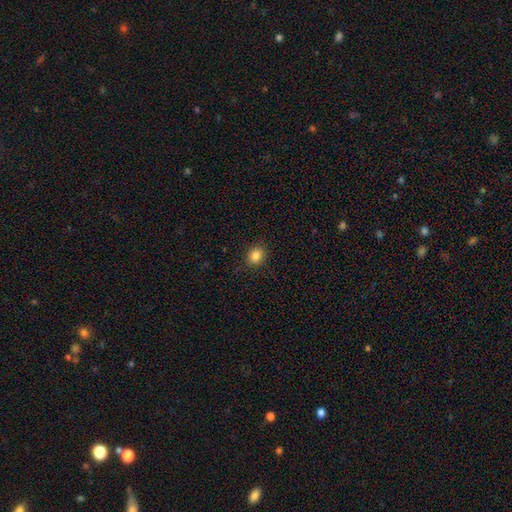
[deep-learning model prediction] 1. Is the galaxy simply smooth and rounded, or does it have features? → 85% smooth, 11% star or artifact, 4% featured or disk.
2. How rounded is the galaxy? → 62% round, 37% in between, 1% cigar-shaped.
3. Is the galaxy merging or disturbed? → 89% none, 8% minor disturbance, 2% major disturbance, 1% merger.